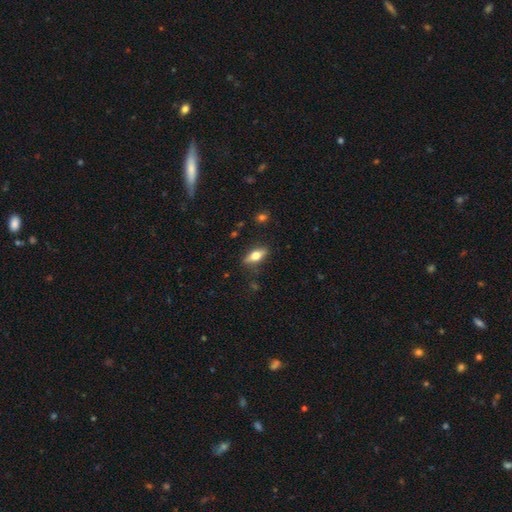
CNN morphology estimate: The model was most divided on "smooth or featured": smooth: 53%, featured or disk: 40%, star or artifact: 7%. More confident: merging — none (83%); how rounded — in between (66%).